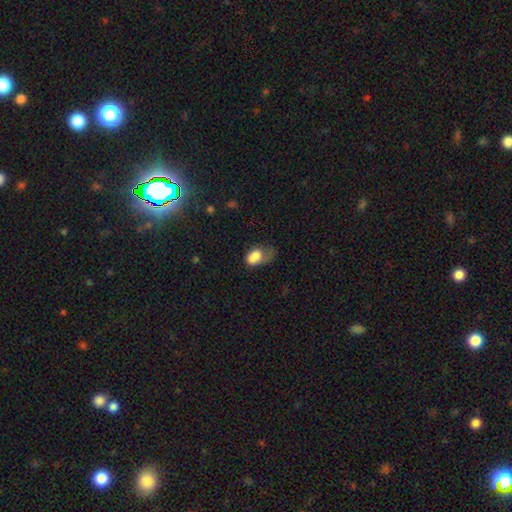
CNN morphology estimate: Smooth or featured? smooth (76%)
How rounded? in between (84%)
Merging? major disturbance (43%)